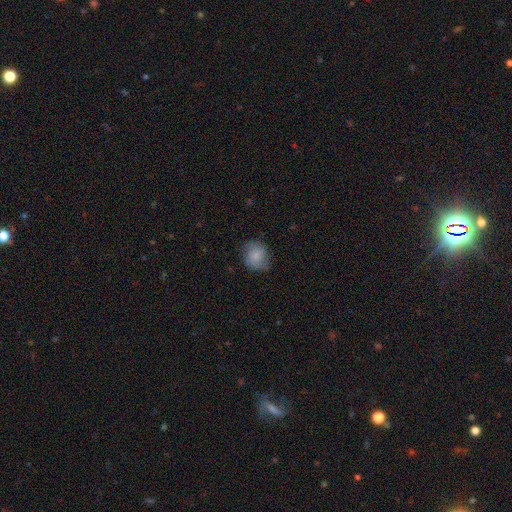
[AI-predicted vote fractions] Overall: smooth (73%). How rounded: round (75%). Merging: none (70%).